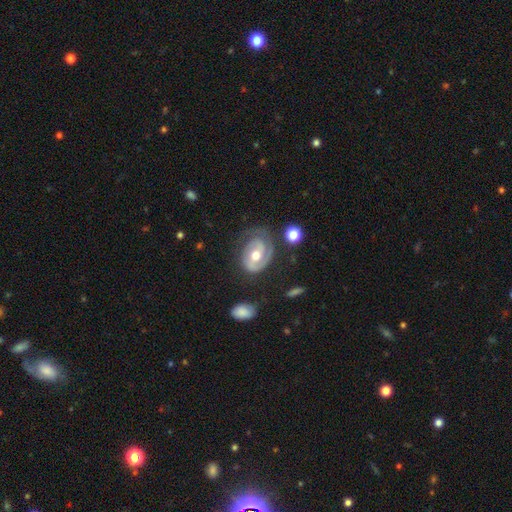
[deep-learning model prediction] smooth-or-featured: featured or disk: 81% | smooth: 14% | star or artifact: 5%
  disk-edge-on: no: 97% | yes: 3%
    bar: no: 43% | weak: 40% | strong: 18%
    has-spiral-arms: yes: 90% | no: 10%
      spiral-winding: tight: 54% | medium: 34% | loose: 12%
      spiral-arm-count: 2: 50% | 1: 35% | can't tell: 11% | 3: 3% | 4: 1% | more than 4: 1%
    bulge-size: moderate: 74% | small: 17% | large: 7% | none: 1% | dominant: 1%
  merging: none: 57% | minor disturbance: 23% | major disturbance: 17% | merger: 3%